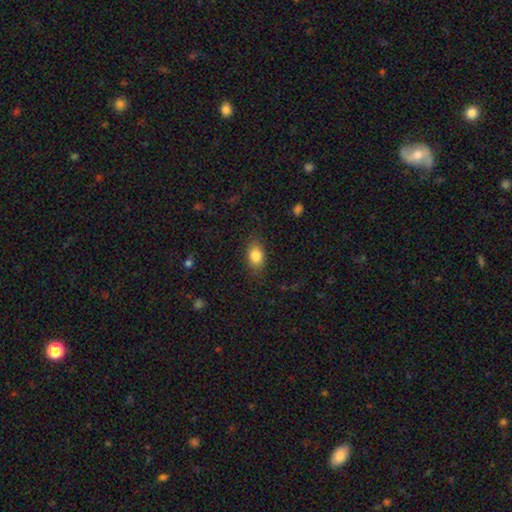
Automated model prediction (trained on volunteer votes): Smooth or featured: smooth — 83% (star or artifact — 9%)
How rounded: in between — 79% (round — 19%)
Merging: none — 82% (minor disturbance — 13%)